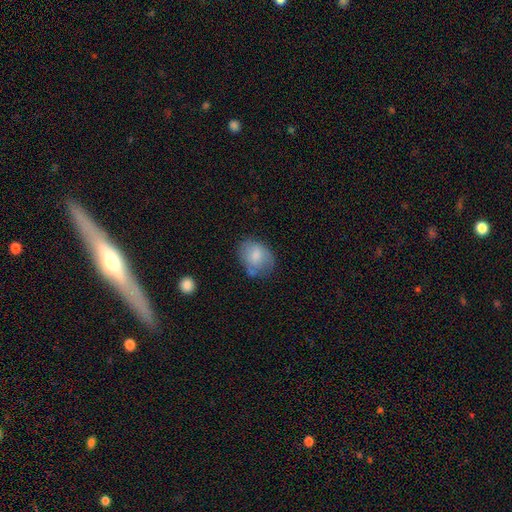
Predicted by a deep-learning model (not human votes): Smooth or featured? smooth (75%)
How rounded? in between (64%)
Merging? none (52%)